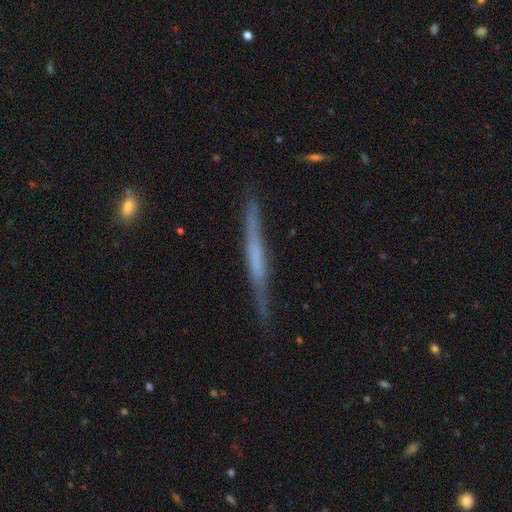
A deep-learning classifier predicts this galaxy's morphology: A featured or disk galaxy (60%) viewed edge-on (96%) with no central bulge (72%).

Vote fractions:
- Smooth or featured? featured or disk: 60% / smooth: 34% / star or artifact: 6%
- Edge-on disk? yes: 96% / no: 4%
- Edge-on bulge? none: 72% / boxy: 14% / rounded: 14%
- Merging? none: 83% / minor disturbance: 13% / major disturbance: 2% / merger: 1%